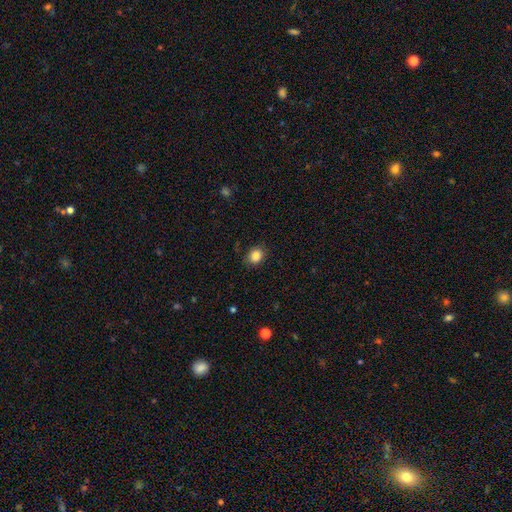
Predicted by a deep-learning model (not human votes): Smooth or featured? smooth (86%)
How rounded? round (59%)
Merging? none (84%)